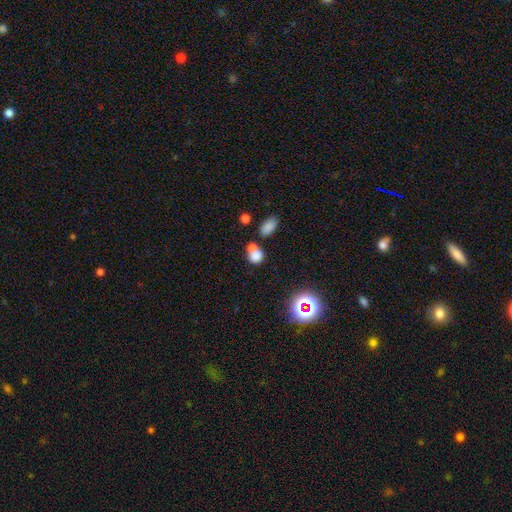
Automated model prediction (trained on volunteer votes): A smooth galaxy with no disk features (73%) that is round (61%). Merging: merger (47%).